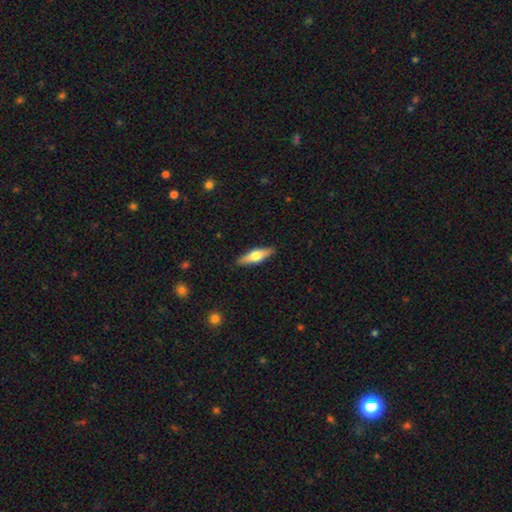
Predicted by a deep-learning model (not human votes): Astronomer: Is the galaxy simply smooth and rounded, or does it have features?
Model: smooth — 49% (runner-up: featured or disk, 45%).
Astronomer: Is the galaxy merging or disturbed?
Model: none — 88%.